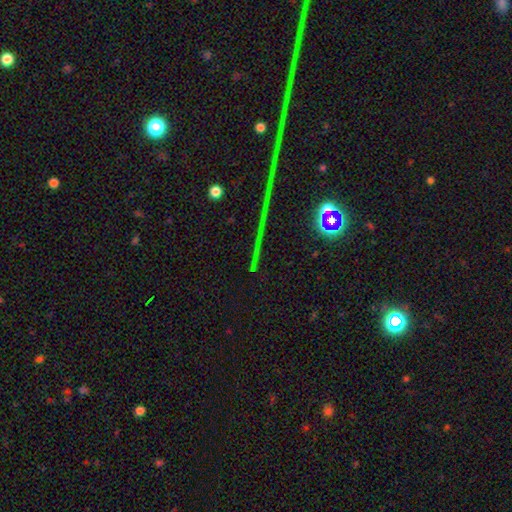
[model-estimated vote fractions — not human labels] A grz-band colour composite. It shows a star or artifact, not a galaxy (76%).